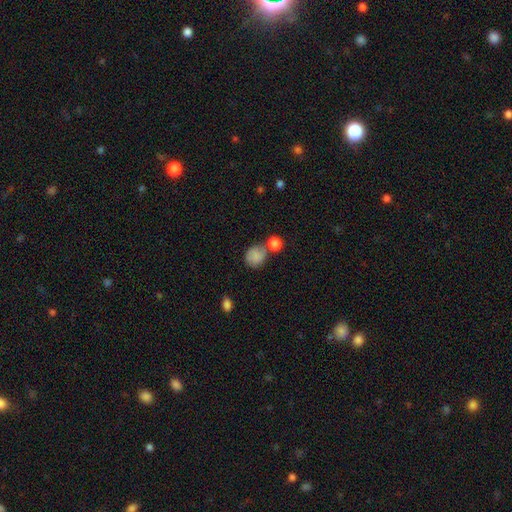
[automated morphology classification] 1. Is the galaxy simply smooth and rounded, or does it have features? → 81% smooth, 10% featured or disk, 9% star or artifact.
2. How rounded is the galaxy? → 65% round, 33% in between, 1% cigar-shaped.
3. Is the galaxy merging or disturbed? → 46% none, 26% merger, 19% minor disturbance, 9% major disturbance.